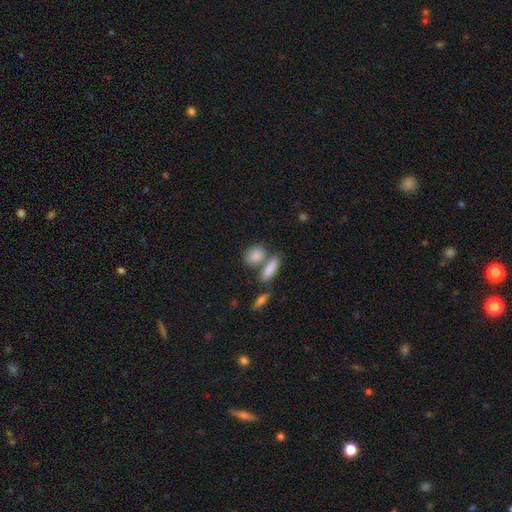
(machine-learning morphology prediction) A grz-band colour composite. It shows a smooth galaxy with no disk features (85%) that is in between round and cigar-shaped (62%). Merging: none (54%).